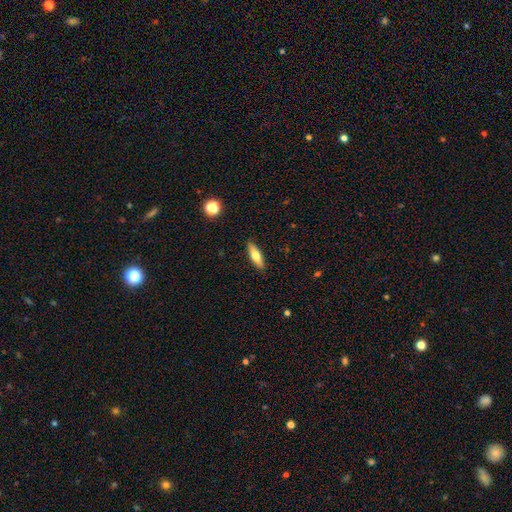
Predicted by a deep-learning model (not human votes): A smooth galaxy with no disk features (60%) that is cigar-shaped (57%).

Vote fractions:
- Smooth or featured? smooth: 60% / featured or disk: 33% / star or artifact: 6%
- How rounded? cigar-shaped: 57% / in between: 41% / round: 2%
- Merging? none: 90% / minor disturbance: 8% / major disturbance: 2% / merger: 1%